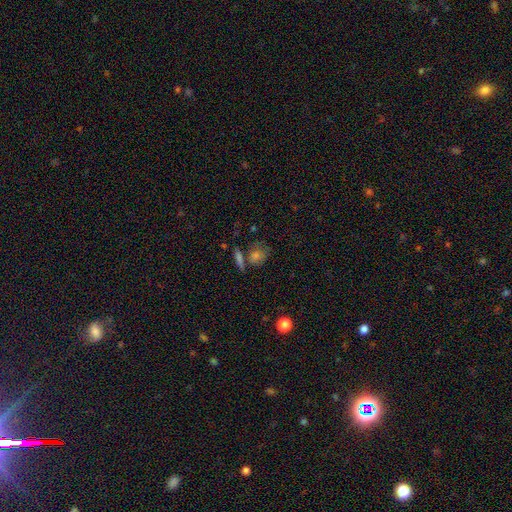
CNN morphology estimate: type=smooth (53%); roundness=round (57%); merging=none (60%).